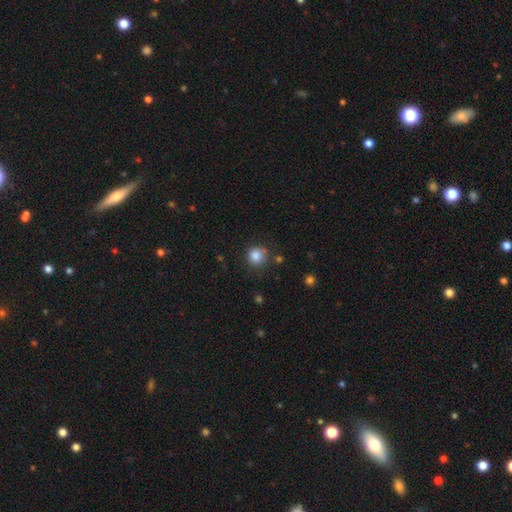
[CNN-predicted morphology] smooth_or_featured: smooth (p=0.85) [alt: star or artifact p=0.11]
how_rounded: round (p=0.91) [alt: in between p=0.08]
merging: none (p=0.78) [alt: minor disturbance p=0.13]